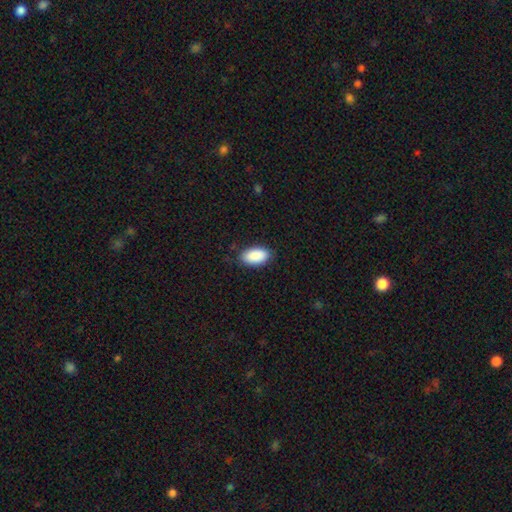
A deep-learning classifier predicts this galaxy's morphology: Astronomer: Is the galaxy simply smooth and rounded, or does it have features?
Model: smooth — 91%.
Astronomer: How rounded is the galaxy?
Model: in between — 95%.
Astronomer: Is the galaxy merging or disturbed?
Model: none — 85%.